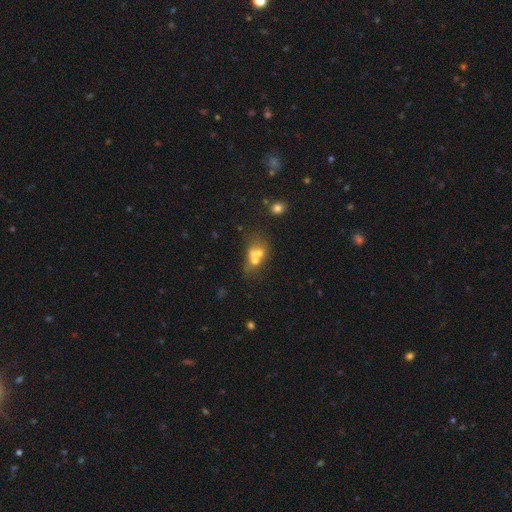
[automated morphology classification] Smooth or featured? Predicted: smooth (p=0.51). How rounded? Predicted: round (p=0.54). Merging? Predicted: merger (p=0.61).